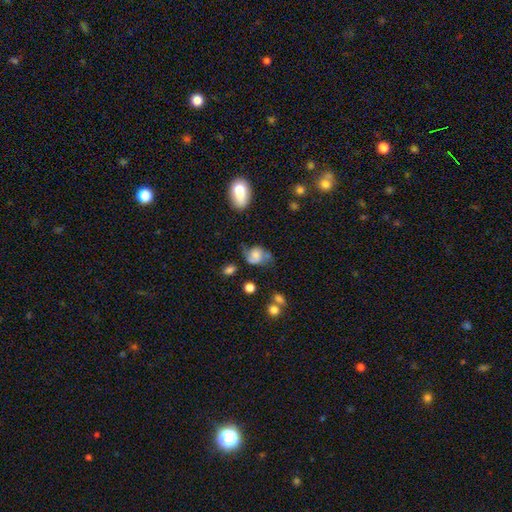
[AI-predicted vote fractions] smooth 46%, featured or disk 43%, star or artifact 11%. Down the decision tree: merging — none (45%).